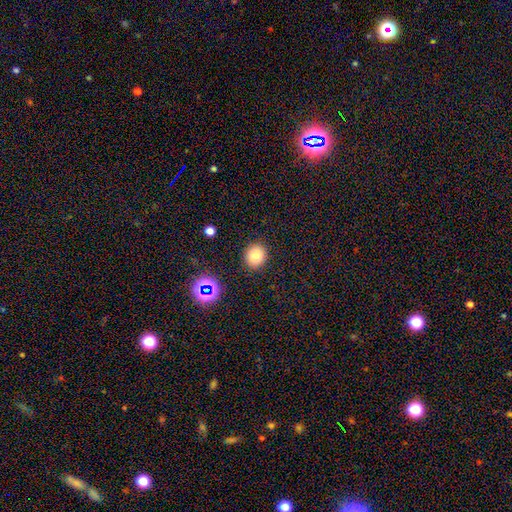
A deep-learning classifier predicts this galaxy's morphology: Smooth or featured: smooth — 78% (star or artifact — 14%)
How rounded: round — 80% (in between — 19%)
Merging: none — 89% (minor disturbance — 7%)